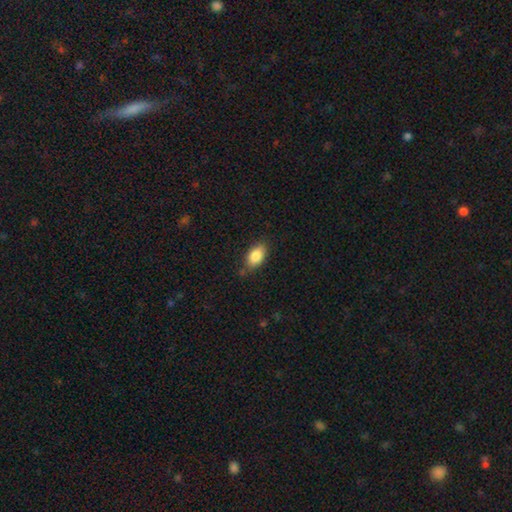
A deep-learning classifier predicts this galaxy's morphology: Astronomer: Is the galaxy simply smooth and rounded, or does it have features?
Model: smooth — 85%.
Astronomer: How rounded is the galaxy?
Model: in between — 91%.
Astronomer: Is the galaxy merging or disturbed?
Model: none — 80%.